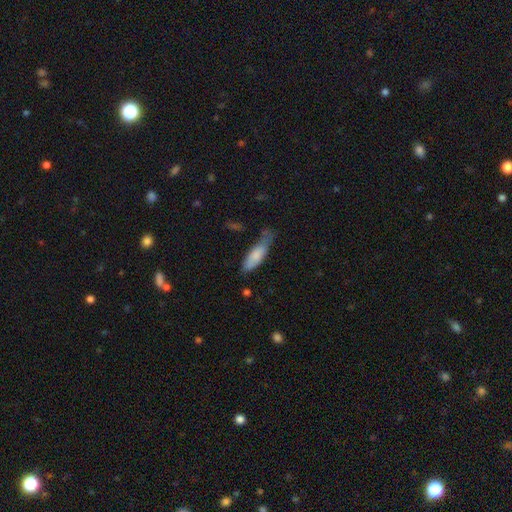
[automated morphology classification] Overall: smooth (78%). How rounded: in between (55%; cigar-shaped 44%). Merging: none (40%; minor disturbance 39%).